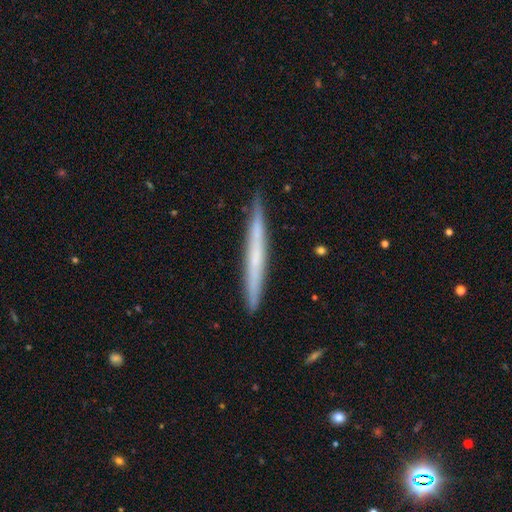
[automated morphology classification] Q: Smooth or featured?
A: featured or disk (48%); runner-up: smooth (46%)
Q: Merging?
A: none (89%); runner-up: minor disturbance (8%)